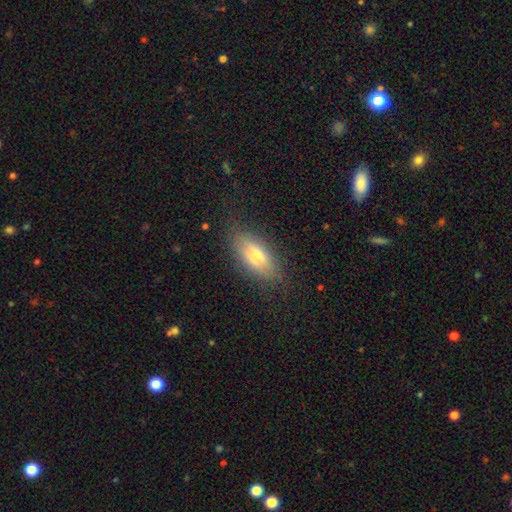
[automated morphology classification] Smooth or featured: smooth — 65% (featured or disk — 27%)
How rounded: in between — 76% (cigar-shaped — 21%)
Merging: none — 79% (minor disturbance — 16%)